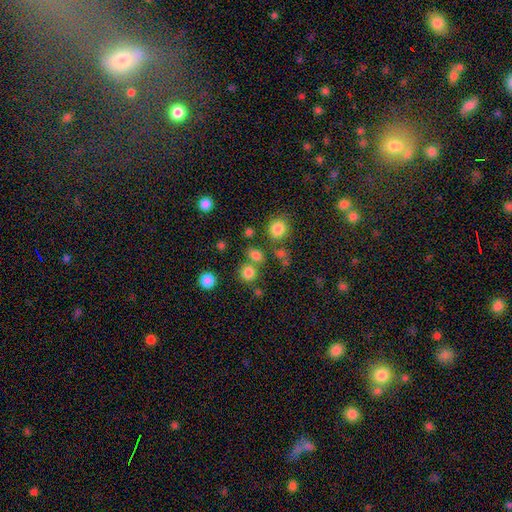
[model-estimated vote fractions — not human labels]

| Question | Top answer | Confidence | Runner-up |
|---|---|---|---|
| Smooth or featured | smooth | 77% | star or artifact (16%) |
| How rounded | round | 77% | in between (22%) |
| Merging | none | 68% | merger (19%) |